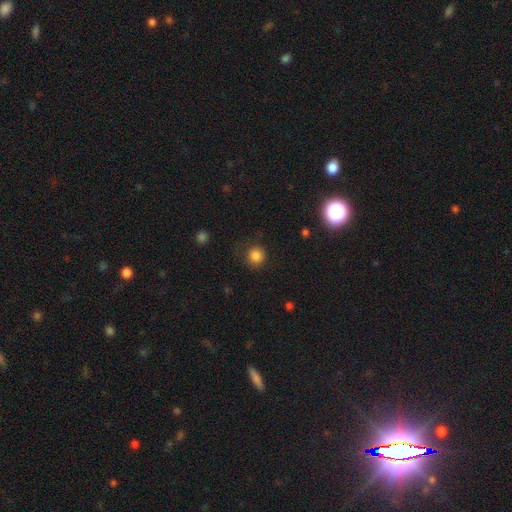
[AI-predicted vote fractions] Smooth or featured?
  - smooth: 84% *
  - star or artifact: 12%
  - featured or disk: 4%
How rounded?
  - round: 94% *
  - in between: 5%
  - cigar-shaped: 1%
Merging?
  - none: 84% *
  - minor disturbance: 10%
  - major disturbance: 4%
  - merger: 1%